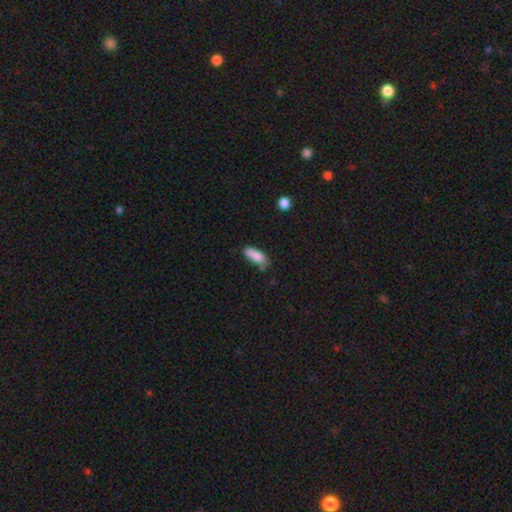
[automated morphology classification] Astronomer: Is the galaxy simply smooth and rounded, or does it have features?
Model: smooth — 81%.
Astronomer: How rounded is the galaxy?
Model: in between — 73%.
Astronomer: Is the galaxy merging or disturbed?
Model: none — 51% (runner-up: minor disturbance, 30%).